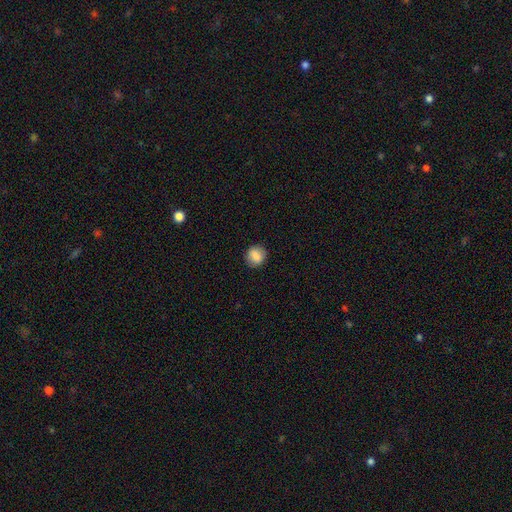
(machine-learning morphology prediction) Overall: smooth (82%). How rounded: round (75%). Merging: none (87%).